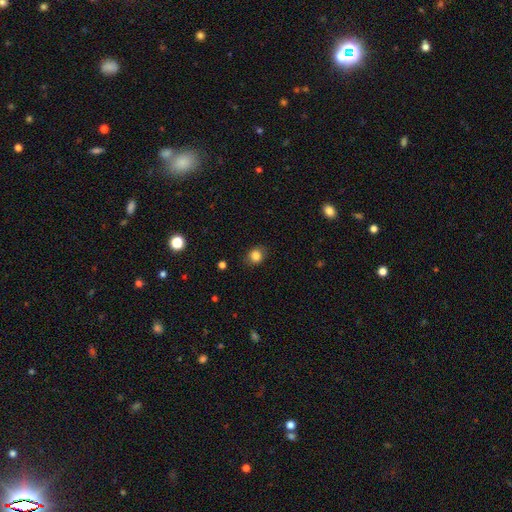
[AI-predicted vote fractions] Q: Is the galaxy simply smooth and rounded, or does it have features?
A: smooth — 84%.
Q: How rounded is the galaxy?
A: round — 64%.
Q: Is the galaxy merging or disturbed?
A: none — 83%.